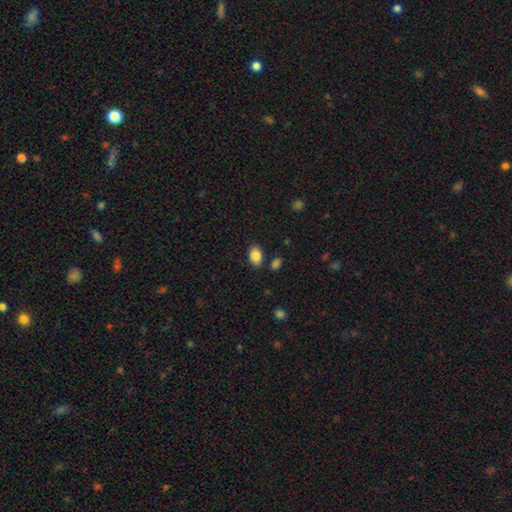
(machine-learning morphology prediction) This appears to be a smooth galaxy with no disk features (86%) that is in between round and cigar-shaped (84%). Merging: none (81%).